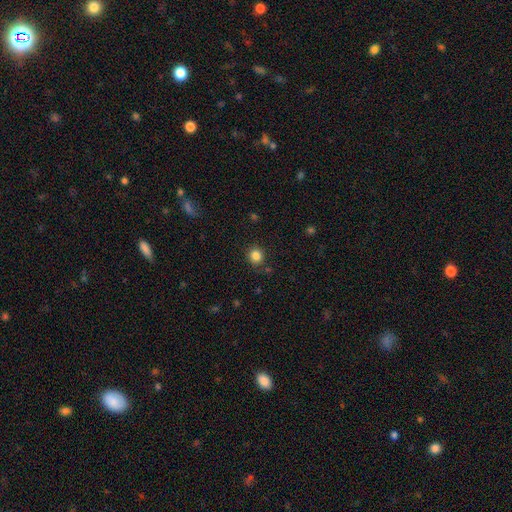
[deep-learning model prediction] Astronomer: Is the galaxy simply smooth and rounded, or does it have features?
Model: smooth — 84%.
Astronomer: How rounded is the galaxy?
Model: round — 85%.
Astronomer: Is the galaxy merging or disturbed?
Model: none — 86%.